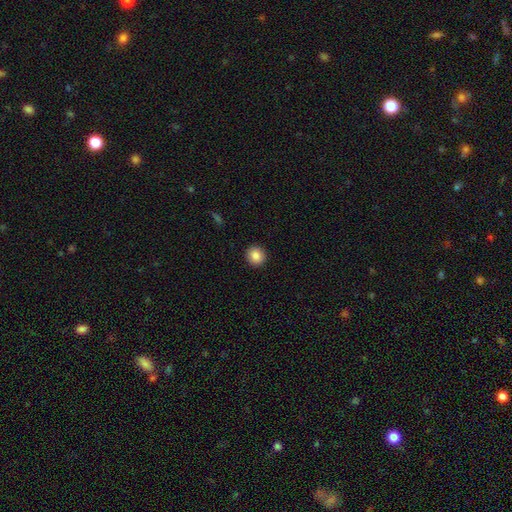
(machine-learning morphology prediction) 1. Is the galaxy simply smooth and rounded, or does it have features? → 87% smooth, 9% star or artifact, 4% featured or disk.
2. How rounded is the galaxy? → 89% round, 10% in between, 1% cigar-shaped.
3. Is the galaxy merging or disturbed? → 92% none, 5% minor disturbance, 2% major disturbance, 1% merger.